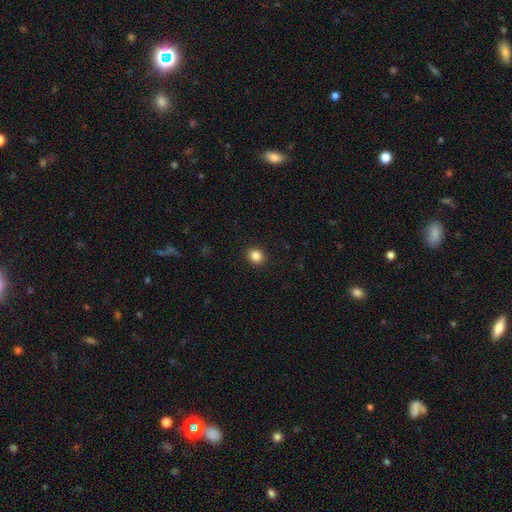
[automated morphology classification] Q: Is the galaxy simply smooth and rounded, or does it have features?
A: smooth — 85%.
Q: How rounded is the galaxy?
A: round — 82%.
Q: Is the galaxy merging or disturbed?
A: none — 92%.